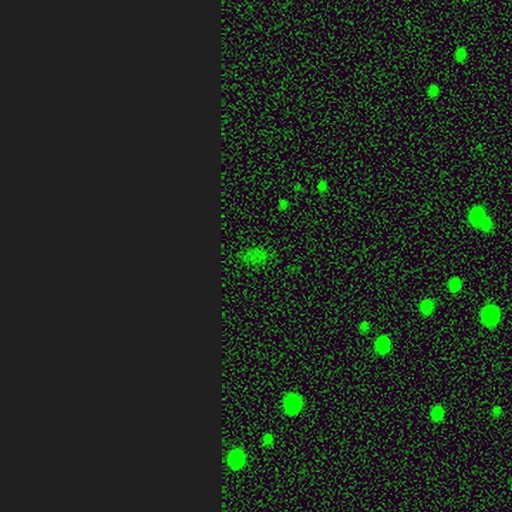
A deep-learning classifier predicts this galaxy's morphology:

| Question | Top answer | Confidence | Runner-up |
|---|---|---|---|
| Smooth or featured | star or artifact | 57% | smooth (36%) |